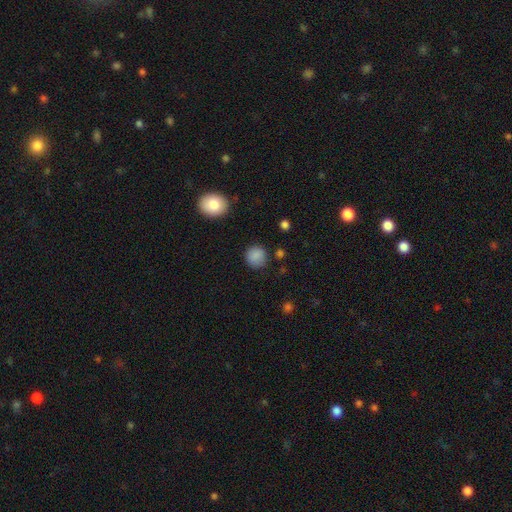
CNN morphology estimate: smooth_or_featured: smooth (p=0.85) [alt: star or artifact p=0.10]
how_rounded: round (p=0.88) [alt: in between p=0.11]
merging: none (p=0.84) [alt: minor disturbance p=0.11]